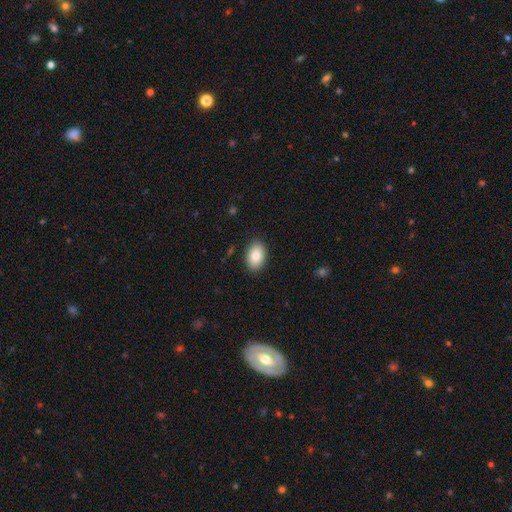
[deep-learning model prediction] Smooth or featured? Predicted: smooth (p=0.83). How rounded? Predicted: in between (p=0.85). Merging? Predicted: none (p=0.88).